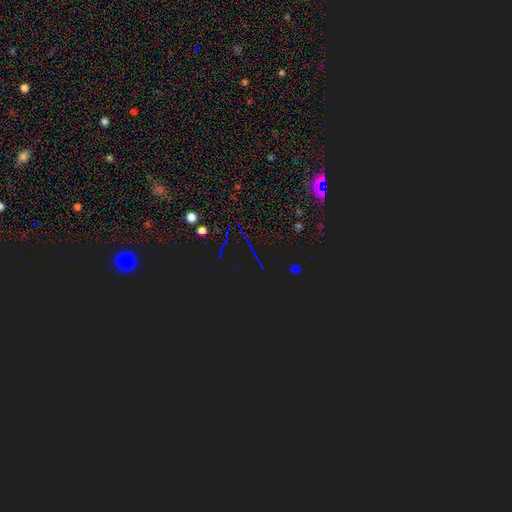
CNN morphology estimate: This appears to be a star or artifact, not a galaxy (82%).